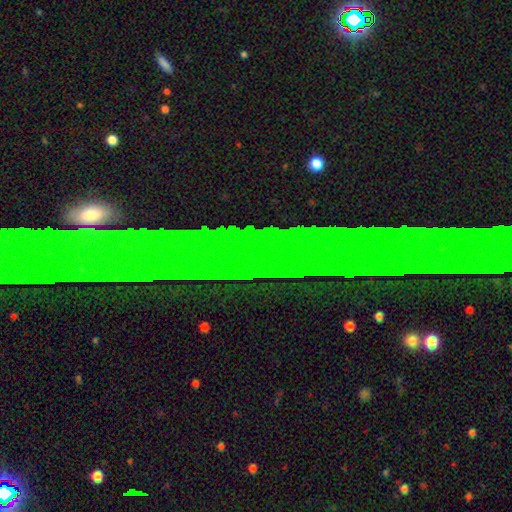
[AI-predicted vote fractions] Smooth or featured? Predicted: star or artifact (p=0.75).